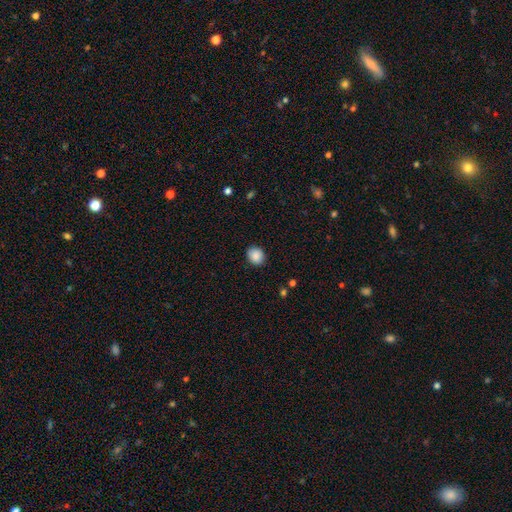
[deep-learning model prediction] Smooth or featured?
  - smooth: 88% *
  - star or artifact: 8%
  - featured or disk: 3%
How rounded?
  - round: 73% *
  - in between: 26%
  - cigar-shaped: 1%
Merging?
  - none: 88% *
  - minor disturbance: 9%
  - major disturbance: 2%
  - merger: 1%